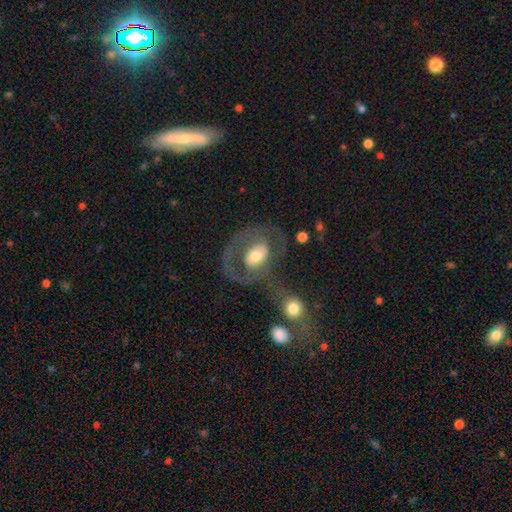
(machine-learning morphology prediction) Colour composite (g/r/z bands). It shows a featured or disk galaxy (59%) with no bar (71%), no spiral arms (58%) and a moderate central bulge (61%). Merging: none (47%).